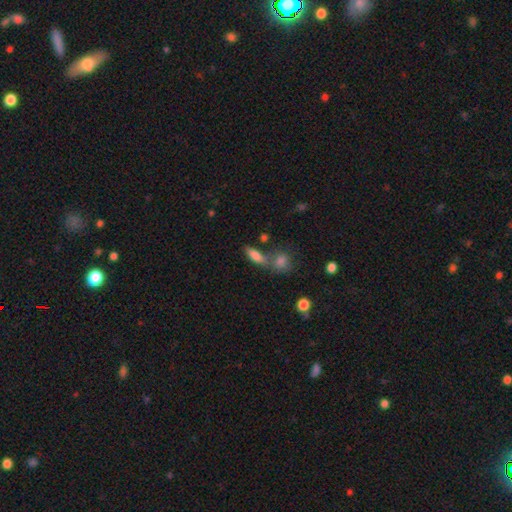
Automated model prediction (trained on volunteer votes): Smooth or featured? smooth (76%)
How rounded? in between (62%)
Merging? none (51%)